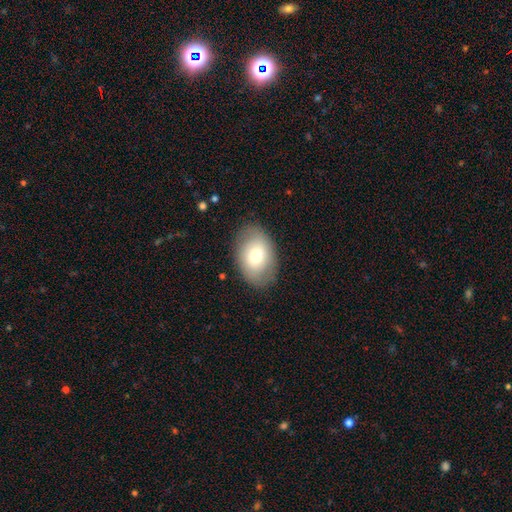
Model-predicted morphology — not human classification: Smooth or featured? smooth (70%)
How rounded? in between (81%)
Merging? none (83%)